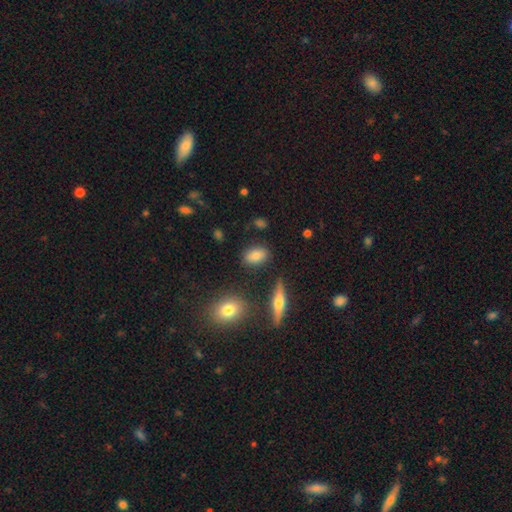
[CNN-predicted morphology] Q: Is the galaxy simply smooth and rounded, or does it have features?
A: smooth — 78%.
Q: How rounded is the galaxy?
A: in between — 84%.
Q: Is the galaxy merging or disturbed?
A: none — 82%.